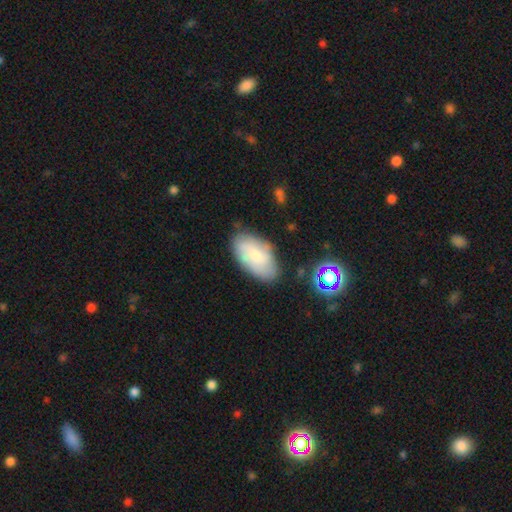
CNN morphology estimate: smooth_or_featured: smooth (p=0.60) [alt: featured or disk p=0.32]
how_rounded: in between (p=0.94) [alt: round p=0.04]
merging: none (p=0.72) [alt: minor disturbance p=0.19]